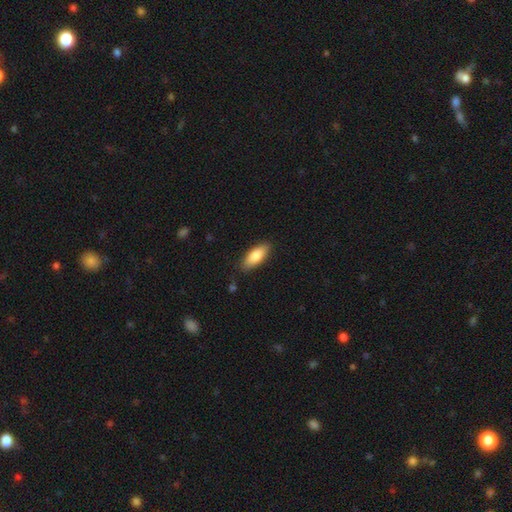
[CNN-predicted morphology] This is clearly a smooth galaxy (82%). How rounded: likely in between (76%). Merging: clearly none (85%).